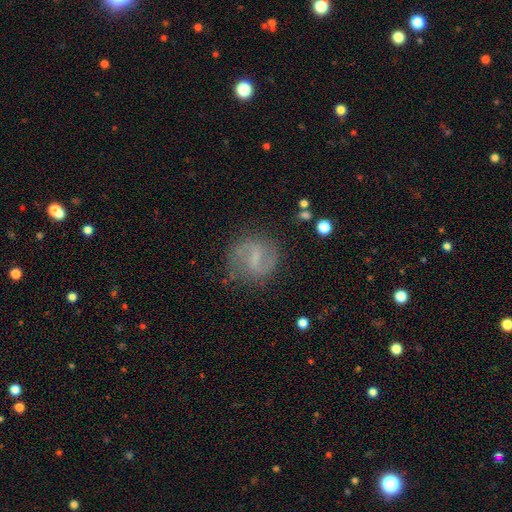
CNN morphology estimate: Smooth or featured?
  - featured or disk: 73% *
  - smooth: 19%
  - star or artifact: 8%
Edge-on disk?
  - no: 97% *
  - yes: 3%
Bar?
  - weak: 51% *
  - strong: 32%
  - no: 17%
Spiral arms?
  - yes: 88% *
  - no: 12%
Spiral winding?
  - medium: 44% *
  - loose: 41%
  - tight: 16%
Spiral arm count?
  - 2: 88% *
  - can't tell: 6%
  - 1: 3%
  - 3: 1%
  - 4: 1%
  - more than 4: 1%
Bulge size?
  - none: 44% *
  - small: 41%
  - moderate: 13%
  - large: 2%
  - dominant: 1%
Merging?
  - none: 78% *
  - minor disturbance: 14%
  - major disturbance: 6%
  - merger: 2%